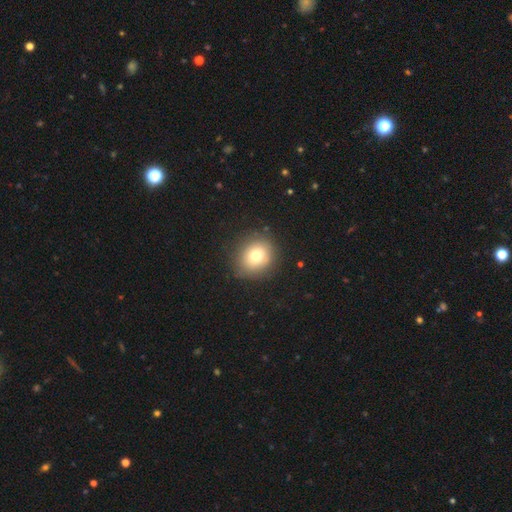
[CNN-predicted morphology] Smooth or featured?
  - smooth: 76% *
  - featured or disk: 13%
  - star or artifact: 11%
How rounded?
  - round: 77% *
  - in between: 22%
  - cigar-shaped: 1%
Merging?
  - none: 86% *
  - minor disturbance: 10%
  - major disturbance: 3%
  - merger: 1%